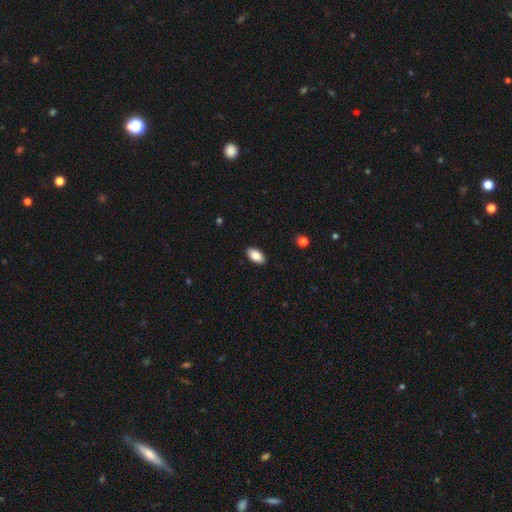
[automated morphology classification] Q: Smooth or featured?
A: smooth (86%); runner-up: featured or disk (7%)
Q: How rounded?
A: in between (94%); runner-up: cigar-shaped (3%)
Q: Merging?
A: none (90%); runner-up: minor disturbance (7%)